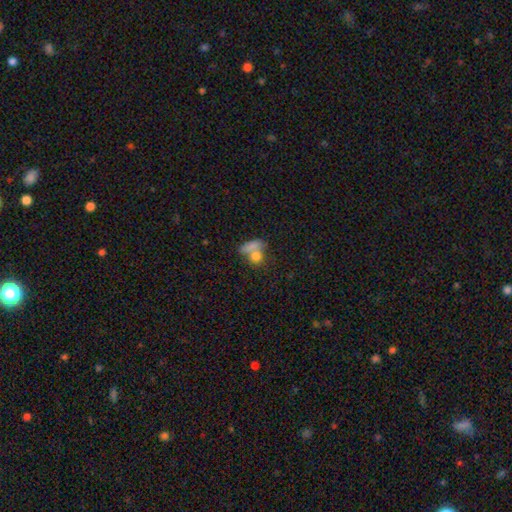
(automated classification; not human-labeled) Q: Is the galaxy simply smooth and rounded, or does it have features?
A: smooth — 77%.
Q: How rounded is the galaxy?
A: round — 53%.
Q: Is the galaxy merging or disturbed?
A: merger — 48%.